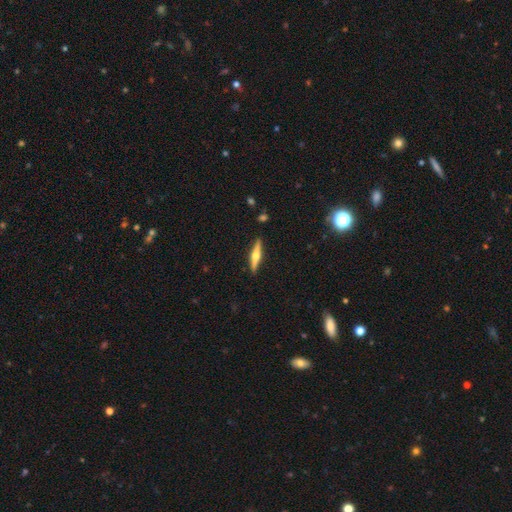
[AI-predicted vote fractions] Overall: featured or disk (63%; smooth 31%). Edge-on disk: yes (97%). Edge-on bulge: rounded (92%). Merging: none (90%).